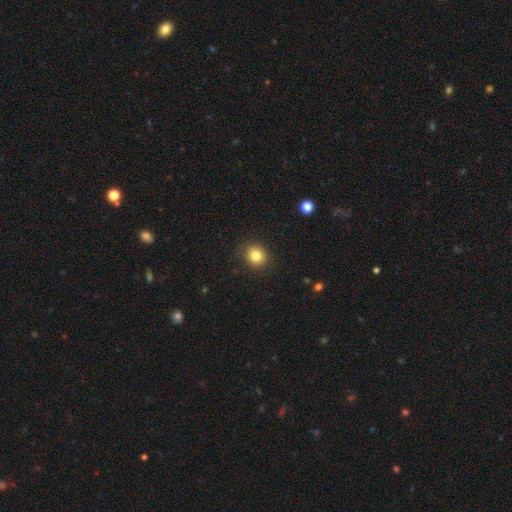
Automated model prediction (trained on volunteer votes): Smooth or featured: smooth — 82% (star or artifact — 11%)
How rounded: round — 82% (in between — 17%)
Merging: none — 87% (minor disturbance — 9%)